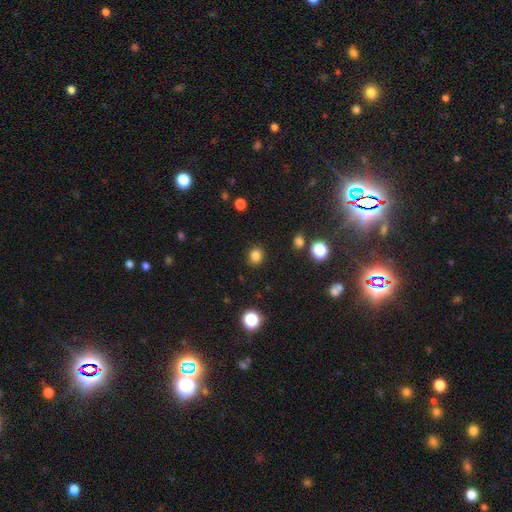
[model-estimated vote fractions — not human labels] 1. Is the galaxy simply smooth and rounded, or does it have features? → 83% smooth, 13% star or artifact, 4% featured or disk.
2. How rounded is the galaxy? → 76% round, 23% in between, 1% cigar-shaped.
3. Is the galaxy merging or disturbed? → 90% none, 7% minor disturbance, 2% major disturbance, 2% merger.